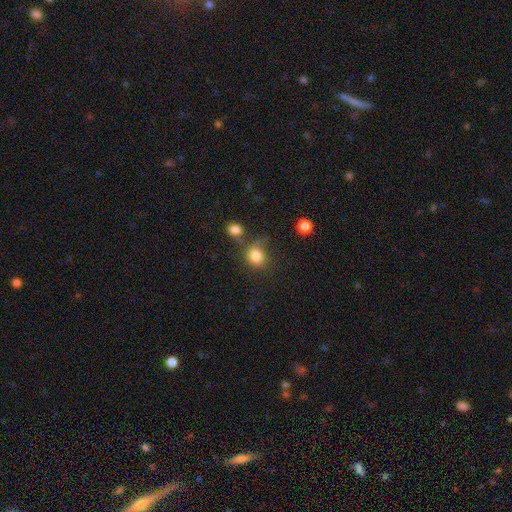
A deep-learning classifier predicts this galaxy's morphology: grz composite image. It shows a smooth galaxy with no disk features (82%) that is round (67%). Merging: none (61%).